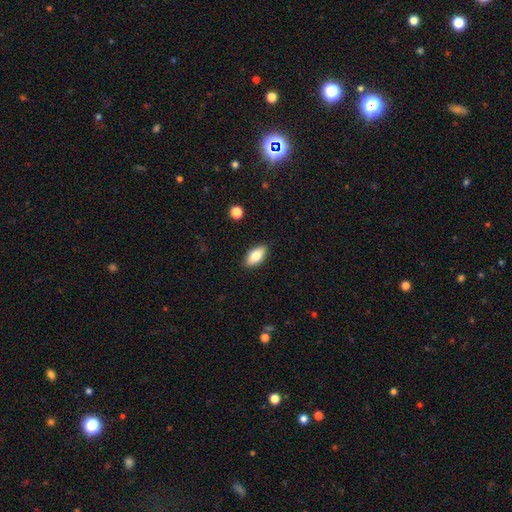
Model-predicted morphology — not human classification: smooth-or-featured: smooth: 79% | featured or disk: 14% | star or artifact: 7%
  how-rounded: in between: 90% | cigar-shaped: 7% | round: 3%
  merging: none: 88% | minor disturbance: 9% | major disturbance: 2% | merger: 1%